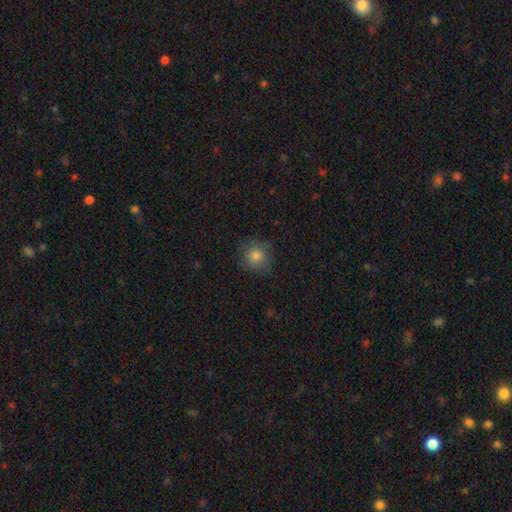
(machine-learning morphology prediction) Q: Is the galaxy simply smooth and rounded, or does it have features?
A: smooth — 78%.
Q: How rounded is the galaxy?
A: round — 90%.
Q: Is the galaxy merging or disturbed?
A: none — 79%.